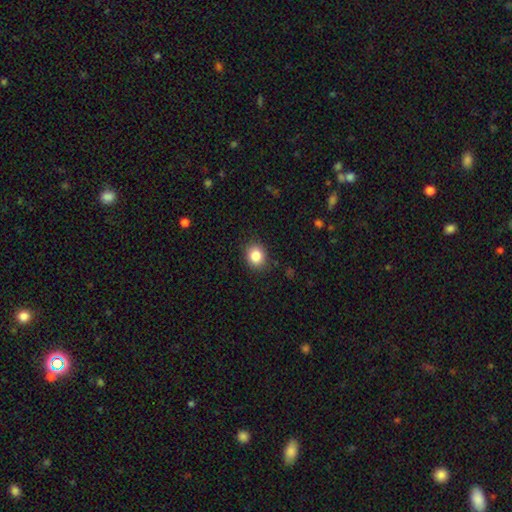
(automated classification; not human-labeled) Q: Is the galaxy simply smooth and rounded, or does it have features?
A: smooth — 85%.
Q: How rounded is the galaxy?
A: round — 61%.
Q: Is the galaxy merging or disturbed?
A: none — 88%.